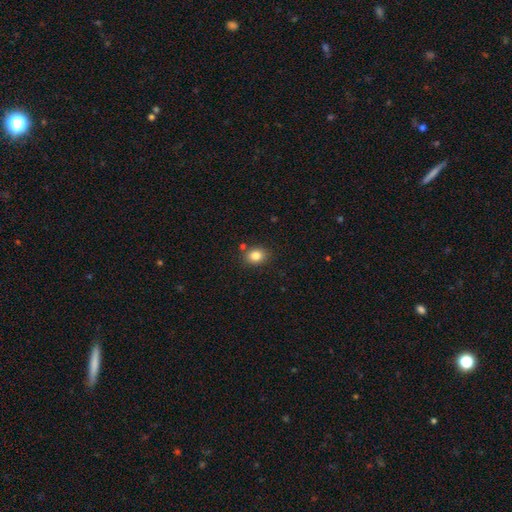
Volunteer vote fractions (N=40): A smooth galaxy with no disk features (78%) that is round (55%).

Vote fractions:
- Smooth or featured? smooth: 78% / star or artifact: 12% / featured or disk: 10%
- How rounded? round: 55% / in between: 45% / cigar-shaped: 0%
- Merging? none: 91% / minor disturbance: 6% / major disturbance: 3% / merger: 0%